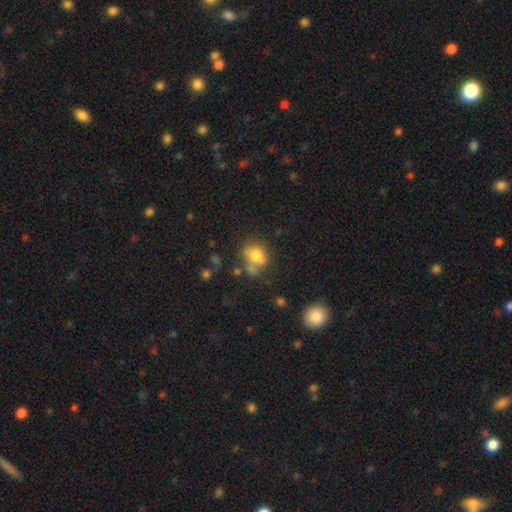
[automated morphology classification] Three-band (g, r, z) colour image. It shows a smooth galaxy with no disk features (74%) that is round (62%). Merging: none (42%).